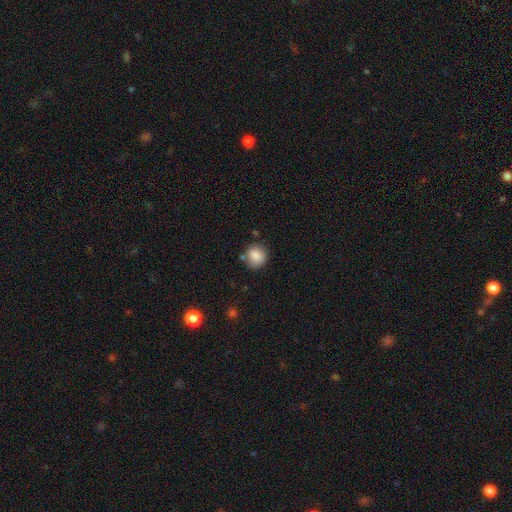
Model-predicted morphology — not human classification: type=smooth (85%); roundness=round (80%); merging=none (74%).